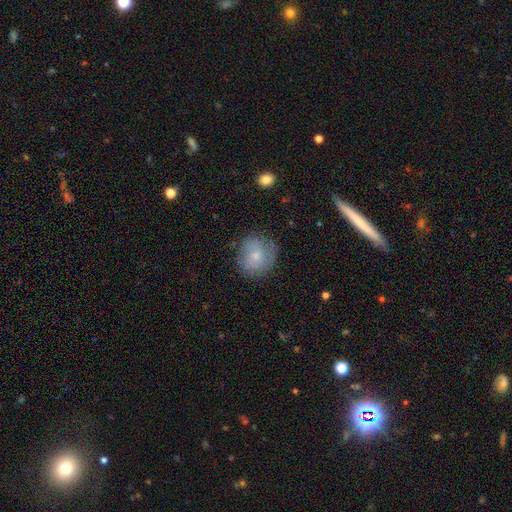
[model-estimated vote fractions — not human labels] Morphology: type=smooth (66%); roundness=round (84%); merging=none (69%).